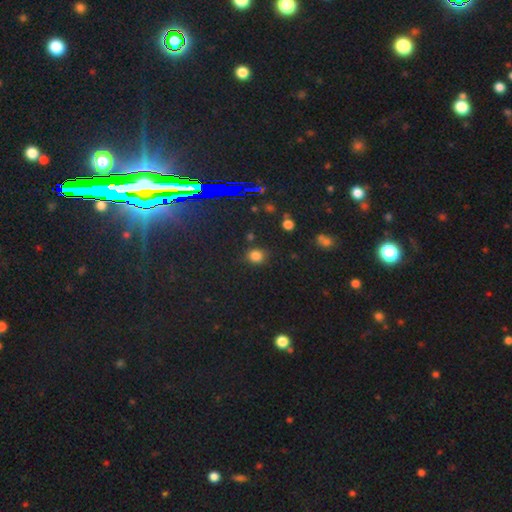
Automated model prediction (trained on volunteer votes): smooth 77%, star or artifact 18%, featured or disk 5%. Down the decision tree: how rounded — round (79%); merging — none (82%).